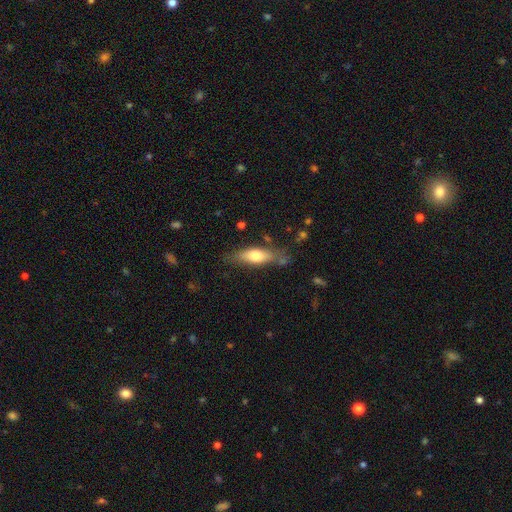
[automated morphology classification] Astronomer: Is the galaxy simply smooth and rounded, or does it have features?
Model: smooth — 63%.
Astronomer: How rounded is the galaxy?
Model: in between — 51% (runner-up: cigar-shaped, 46%).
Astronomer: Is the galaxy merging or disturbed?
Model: none — 70%.